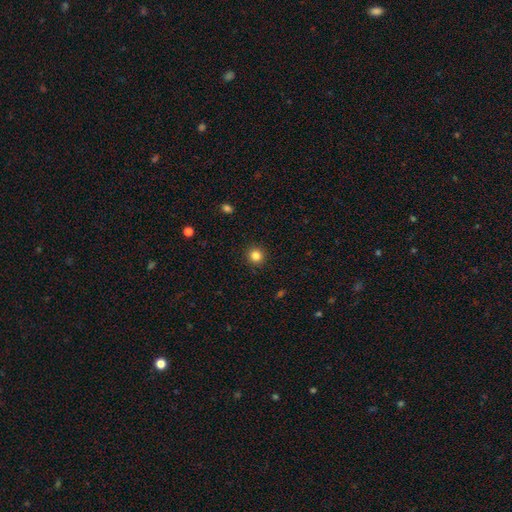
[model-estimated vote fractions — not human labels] The model was most divided on "smooth or featured": smooth: 83%, star or artifact: 12%, featured or disk: 5%. More confident: how rounded — round (94%); merging — none (92%).